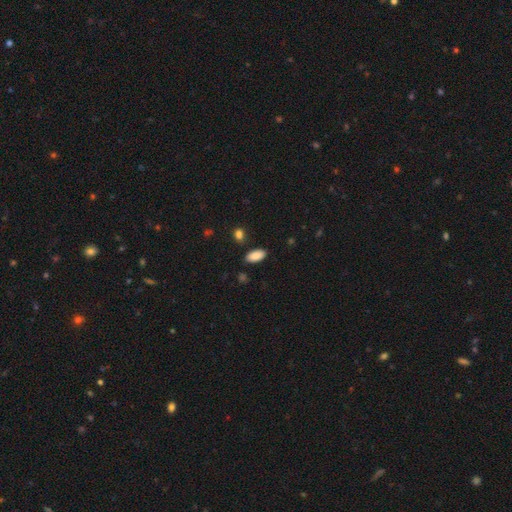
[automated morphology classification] Smooth or featured? Predicted: smooth (p=0.89). How rounded? Predicted: in between (p=0.91). Merging? Predicted: none (p=0.85).